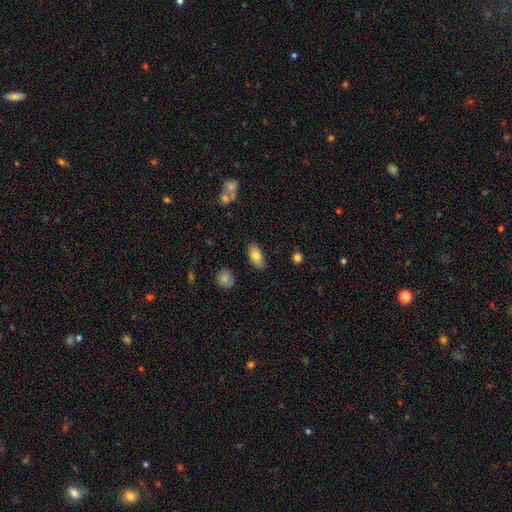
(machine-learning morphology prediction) A smooth galaxy with no disk features (79%) that is in between round and cigar-shaped (90%). Merging: none (82%).